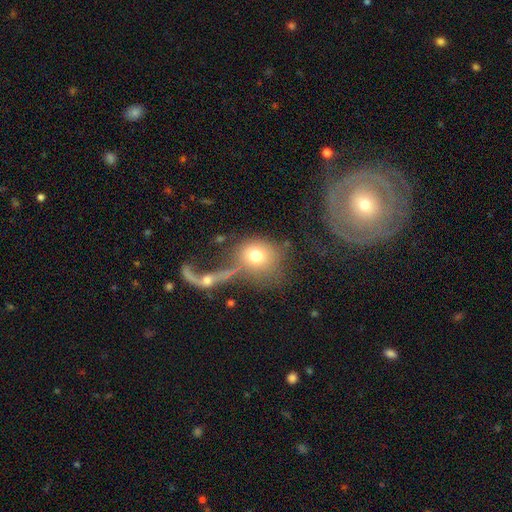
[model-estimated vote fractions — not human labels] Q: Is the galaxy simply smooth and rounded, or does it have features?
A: smooth — 69%.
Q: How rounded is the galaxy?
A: round — 75%.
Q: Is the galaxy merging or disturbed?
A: none — 36%.